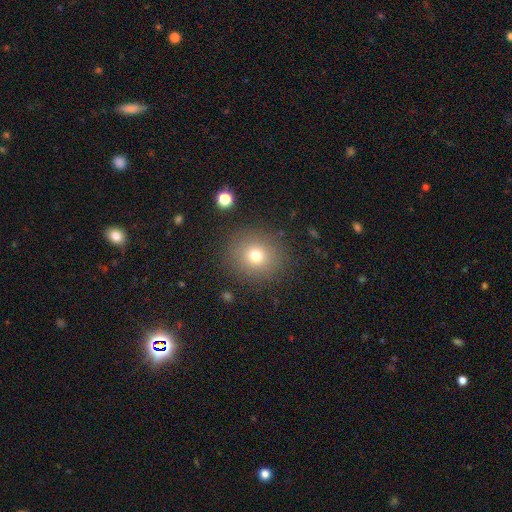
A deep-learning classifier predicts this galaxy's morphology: Smooth or featured? Predicted: smooth (p=0.72). How rounded? Predicted: round (p=0.86). Merging? Predicted: none (p=0.86).